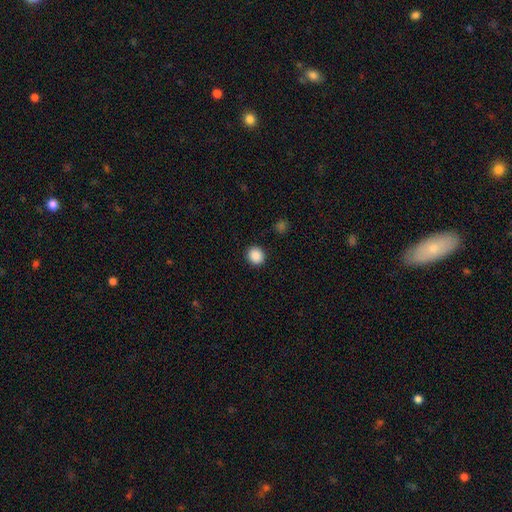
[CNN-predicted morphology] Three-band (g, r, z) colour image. It shows a smooth galaxy with no disk features (89%) that is round (83%). Merging: none (92%).